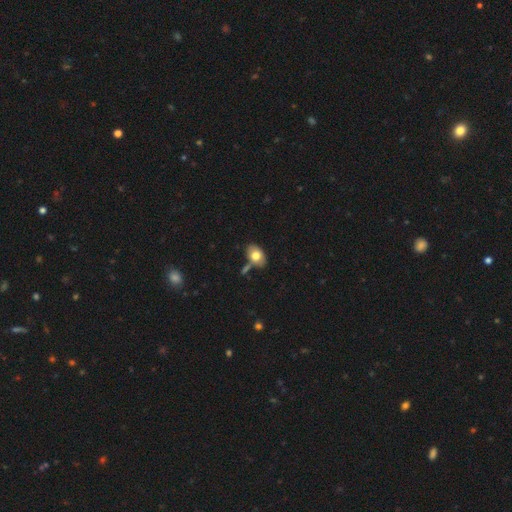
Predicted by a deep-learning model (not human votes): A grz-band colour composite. It shows a smooth galaxy with no disk features (75%) that is in between round and cigar-shaped (84%). Merging: none (67%).